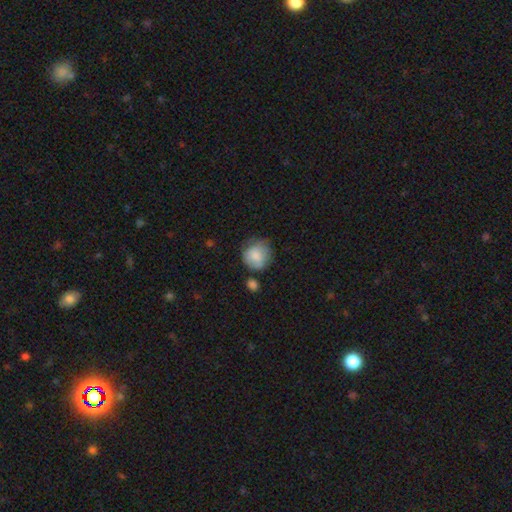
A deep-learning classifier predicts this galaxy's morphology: This is clearly a smooth galaxy (81%). How rounded: clearly round (88%). Merging: likely none (60%).